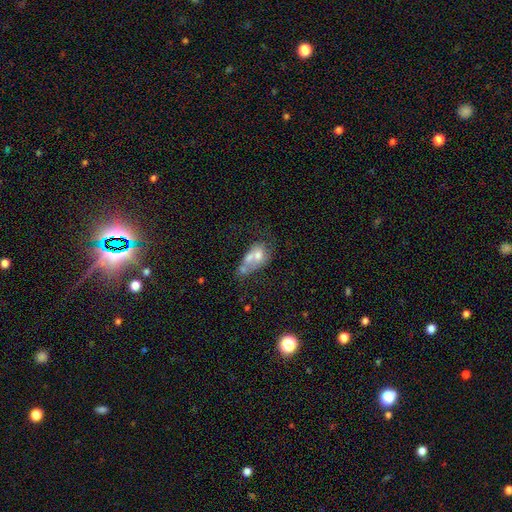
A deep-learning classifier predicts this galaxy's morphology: The model was most divided on "smooth or featured": smooth: 52%, featured or disk: 38%, star or artifact: 10%. More confident: how rounded — in between (75%); merging — merger (60%).